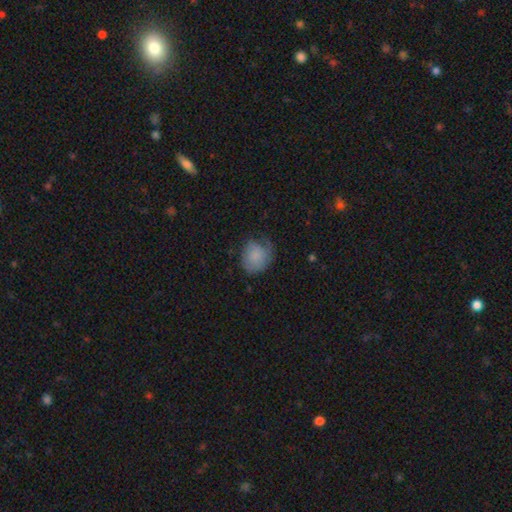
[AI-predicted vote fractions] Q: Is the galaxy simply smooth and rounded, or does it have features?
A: smooth — 75%.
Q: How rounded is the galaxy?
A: round — 69%.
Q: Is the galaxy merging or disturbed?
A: none — 49%.